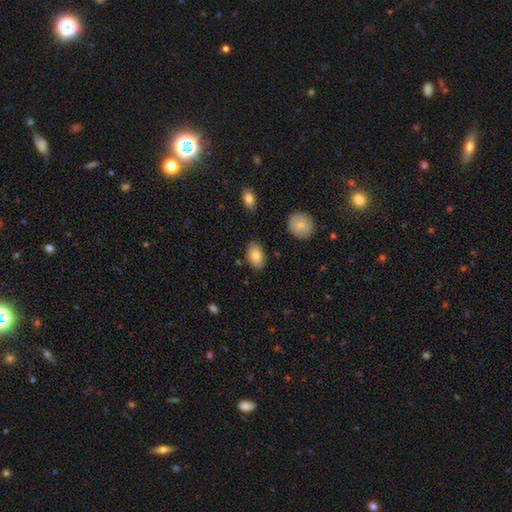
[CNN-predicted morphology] Smooth or featured? smooth (83%)
How rounded? in between (89%)
Merging? none (83%)